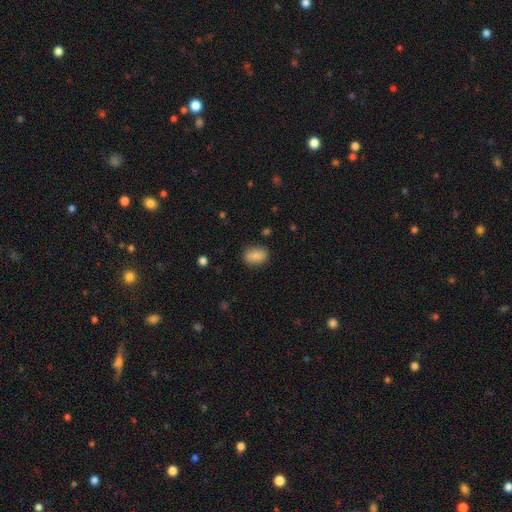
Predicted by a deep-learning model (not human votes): A smooth galaxy with no disk features (85%) that is in between round and cigar-shaped (82%). Merging: none (85%).